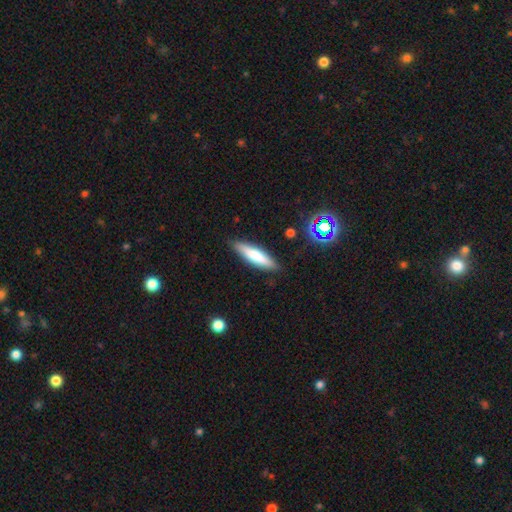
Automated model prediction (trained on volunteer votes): Overall: smooth (69%). How rounded: cigar-shaped (73%). Merging: none (85%).